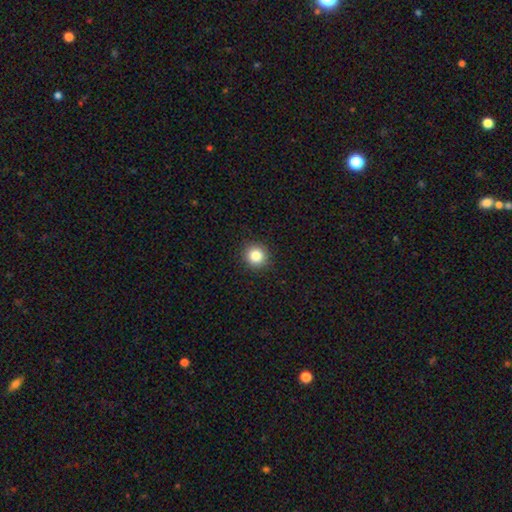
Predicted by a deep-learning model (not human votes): Overall: smooth (84%). How rounded: round (92%). Merging: none (92%).